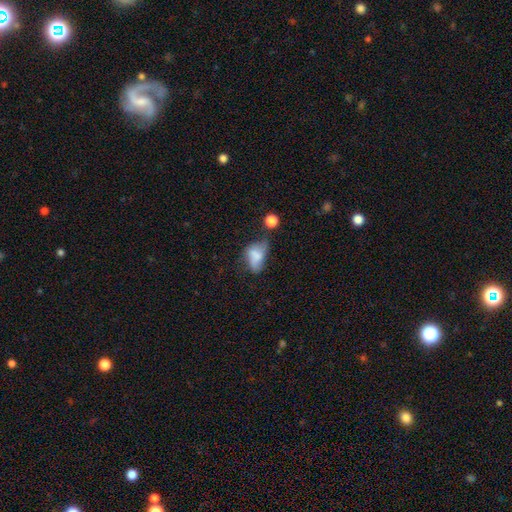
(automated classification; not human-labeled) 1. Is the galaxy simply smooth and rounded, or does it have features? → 66% smooth, 23% featured or disk, 11% star or artifact.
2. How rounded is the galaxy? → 85% in between, 12% round, 3% cigar-shaped.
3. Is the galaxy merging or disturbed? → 31% minor disturbance, 29% major disturbance, 26% none, 14% merger.